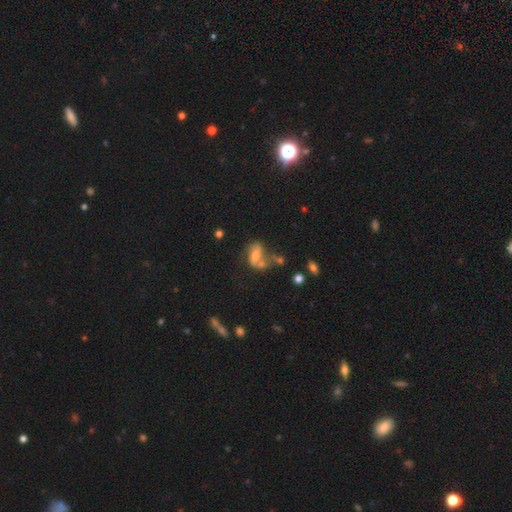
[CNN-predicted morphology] Smooth or featured?
  - featured or disk: 44% *
  - smooth: 42%
  - star or artifact: 14%
Merging?
  - merger: 36% *
  - none: 29%
  - major disturbance: 19%
  - minor disturbance: 16%